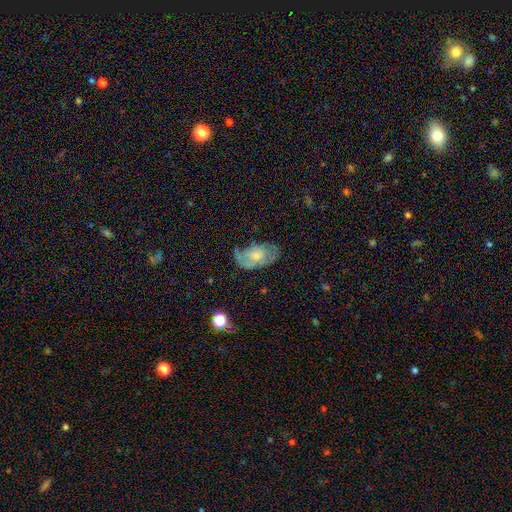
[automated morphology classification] The model was most divided on "smooth or featured": featured or disk: 49%, smooth: 43%, star or artifact: 7%. More confident: merging — none (56%).